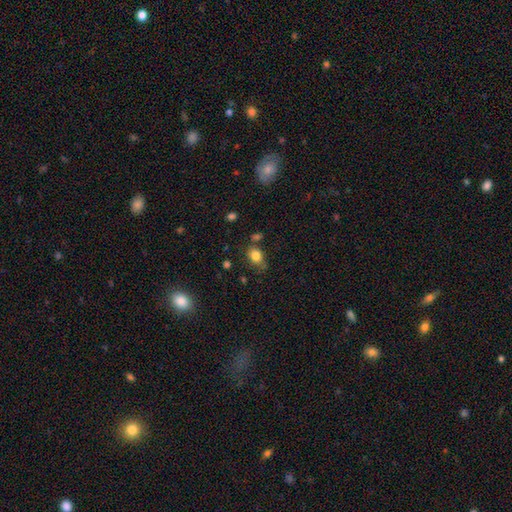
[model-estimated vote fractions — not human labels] This appears to be a smooth galaxy with no disk features (82%) that is in between round and cigar-shaped (69%). Merging: none (63%).